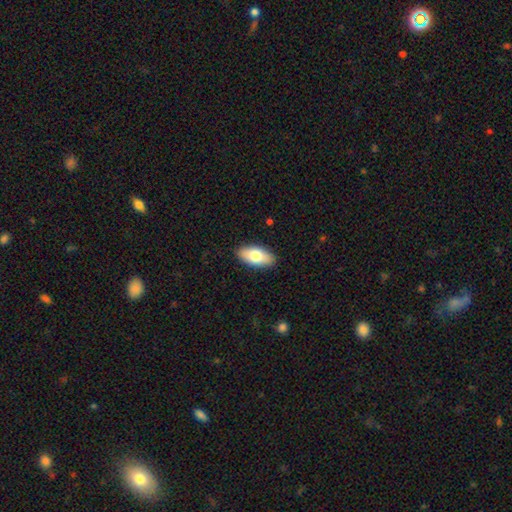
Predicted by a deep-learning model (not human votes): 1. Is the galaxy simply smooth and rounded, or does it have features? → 76% smooth, 18% featured or disk, 6% star or artifact.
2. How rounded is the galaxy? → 92% in between, 5% cigar-shaped, 3% round.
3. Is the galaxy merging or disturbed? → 89% none, 8% minor disturbance, 2% major disturbance, 1% merger.